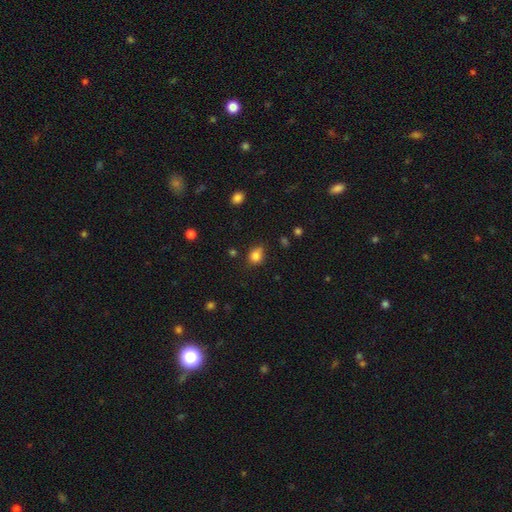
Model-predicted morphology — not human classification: smooth 83%, star or artifact 11%, featured or disk 6%. Down the decision tree: how rounded — round (52%); merging — none (67%).